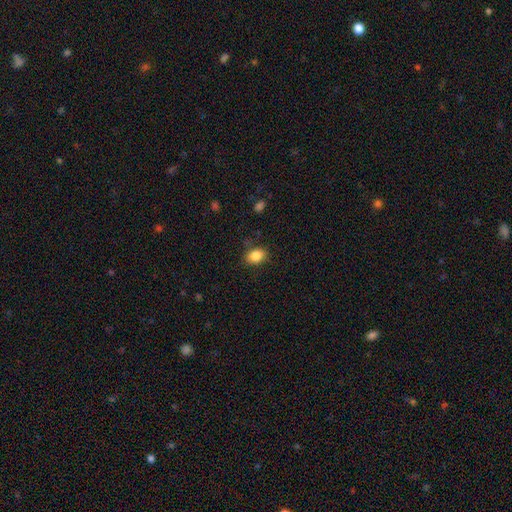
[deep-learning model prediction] Overall: smooth (86%). How rounded: in between (73%). Merging: none (81%).